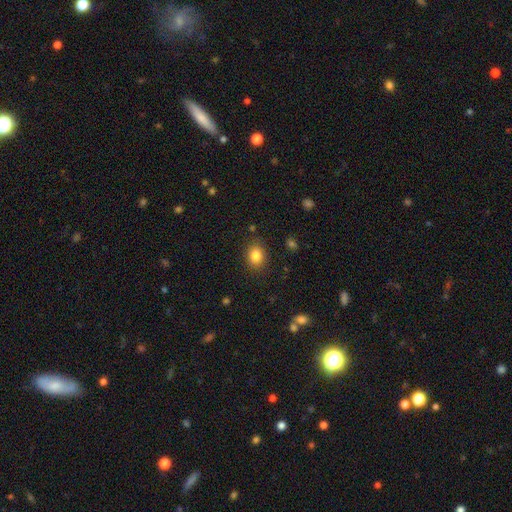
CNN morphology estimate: Overall: smooth (84%). How rounded: in between (57%; round 42%). Merging: none (85%).